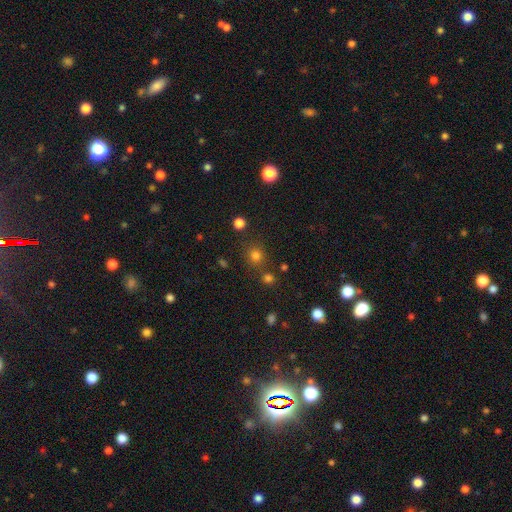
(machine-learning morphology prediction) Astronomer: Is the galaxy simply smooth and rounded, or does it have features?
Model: smooth — 76%.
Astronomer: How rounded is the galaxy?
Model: round — 87%.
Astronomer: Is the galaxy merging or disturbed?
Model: none — 78%.